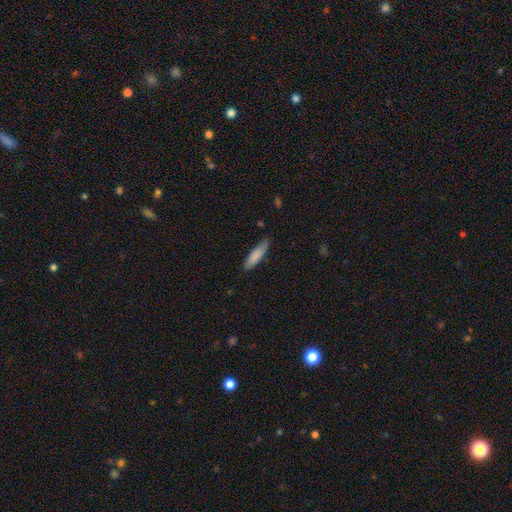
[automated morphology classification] smooth 83%, featured or disk 11%, star or artifact 6%. Down the decision tree: how rounded — cigar-shaped (75%); merging — none (82%).